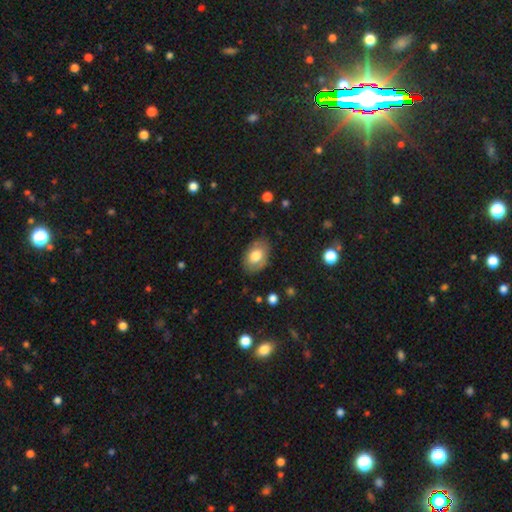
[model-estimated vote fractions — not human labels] A smooth galaxy with no disk features (71%) that is in between round and cigar-shaped (85%). Merging: none (78%).